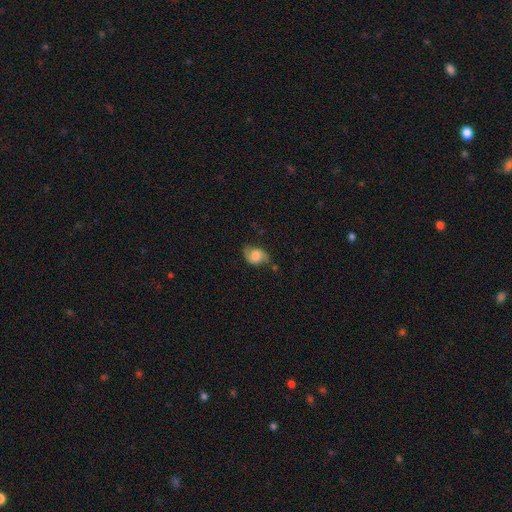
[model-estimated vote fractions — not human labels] Smooth or featured? Predicted: smooth (p=0.48). Merging? Predicted: none (p=0.55).